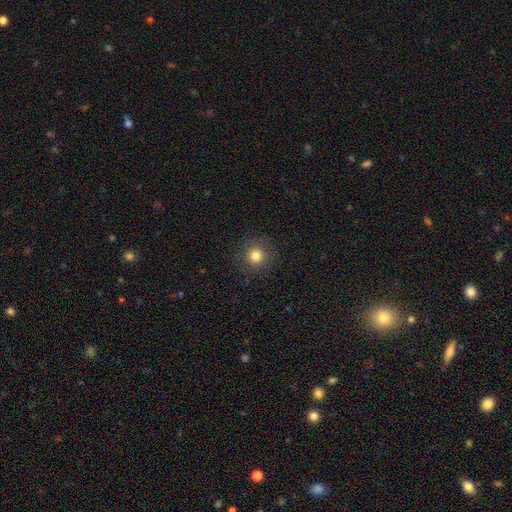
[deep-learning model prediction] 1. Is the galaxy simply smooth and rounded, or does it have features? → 81% smooth, 12% star or artifact, 7% featured or disk.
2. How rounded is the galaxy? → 93% round, 6% in between, 1% cigar-shaped.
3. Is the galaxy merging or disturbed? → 88% none, 8% minor disturbance, 3% major disturbance, 1% merger.